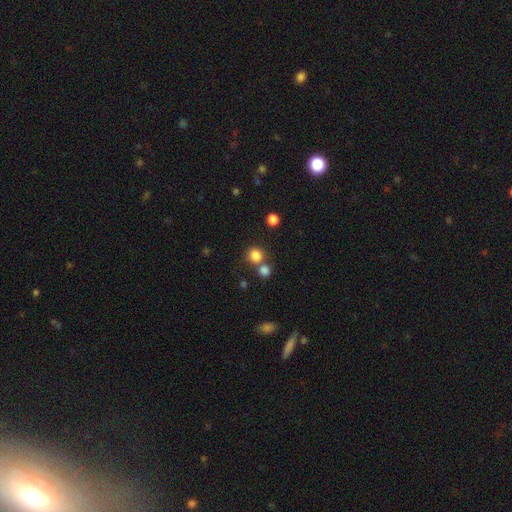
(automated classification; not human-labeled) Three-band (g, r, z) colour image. It shows a smooth galaxy with no disk features (82%) that is round (88%). Merging: none (62%).